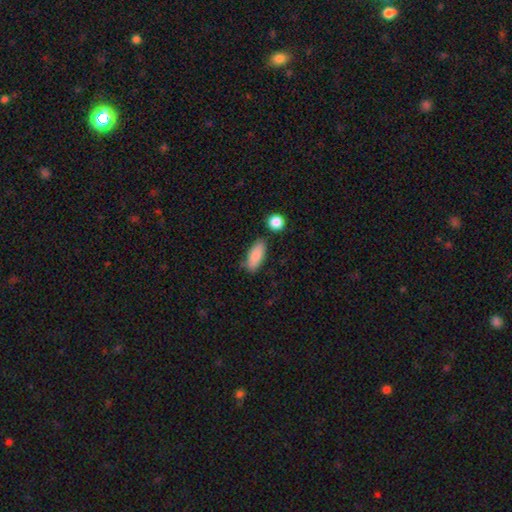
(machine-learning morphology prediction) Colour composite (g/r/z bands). It shows a smooth galaxy with no disk features (87%) that is in between round and cigar-shaped (79%). Merging: none (78%).